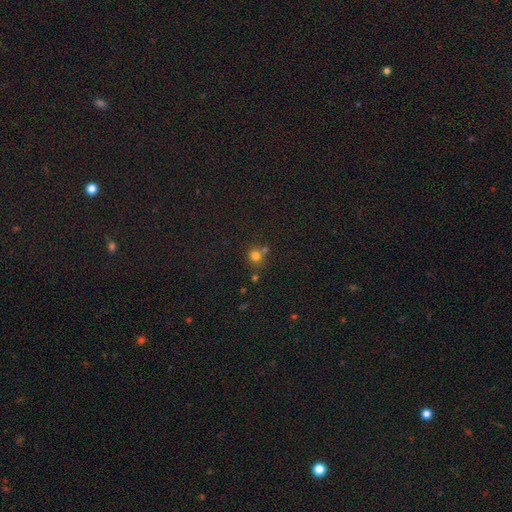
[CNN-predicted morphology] Smooth or featured? smooth (76%)
How rounded? round (87%)
Merging? none (60%)